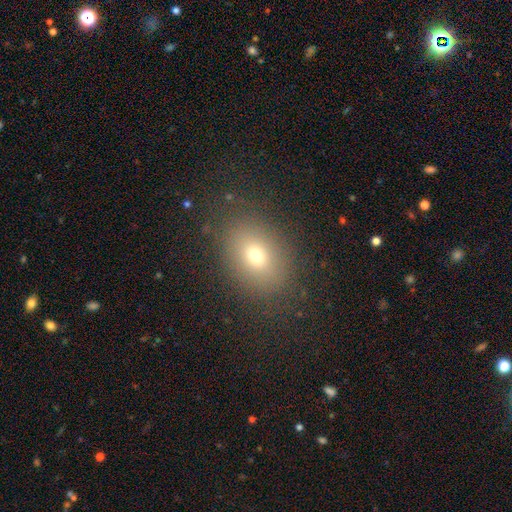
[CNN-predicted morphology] This is likely a smooth galaxy (69%). How rounded: likely in between (65%). Merging: clearly none (85%).